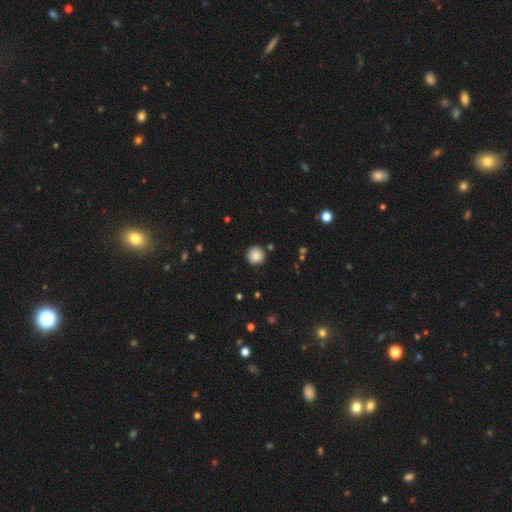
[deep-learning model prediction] smooth_or_featured: smooth (p=0.87) [alt: star or artifact p=0.09]
how_rounded: round (p=0.95) [alt: in between p=0.04]
merging: none (p=0.89) [alt: minor disturbance p=0.07]